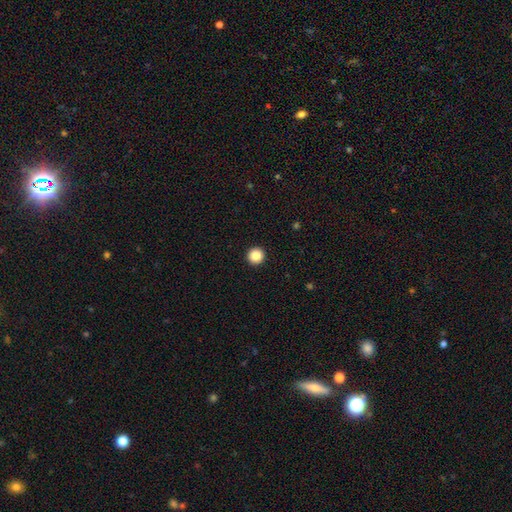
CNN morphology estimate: Overall: smooth (87%). How rounded: round (97%). Merging: none (94%).